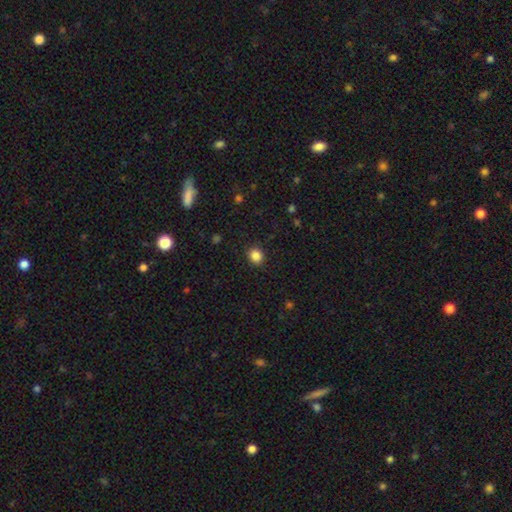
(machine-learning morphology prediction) smooth-or-featured: smooth: 86% | star or artifact: 11% | featured or disk: 4%
  how-rounded: round: 76% | in between: 23% | cigar-shaped: 1%
  merging: none: 90% | minor disturbance: 7% | major disturbance: 2% | merger: 1%